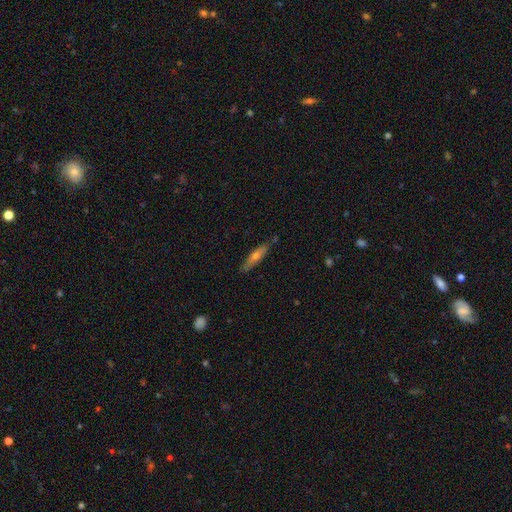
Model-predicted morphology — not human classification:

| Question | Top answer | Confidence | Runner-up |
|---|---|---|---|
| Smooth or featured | featured or disk | 48% | smooth (45%) |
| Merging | none | 84% | minor disturbance (12%) |